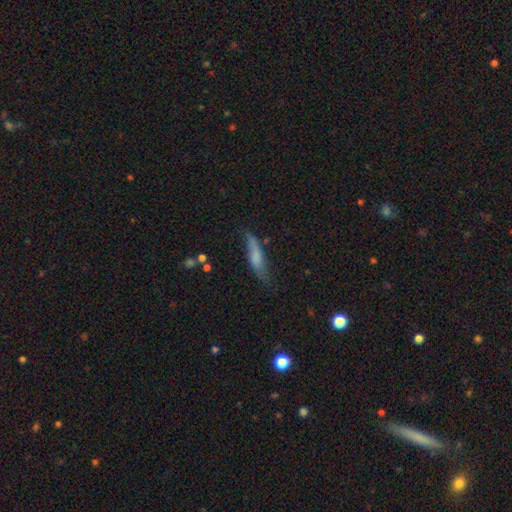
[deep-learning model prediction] Overall: smooth (58%; featured or disk 33%). How rounded: cigar-shaped (67%; in between 30%). Merging: none (53%; minor disturbance 31%).